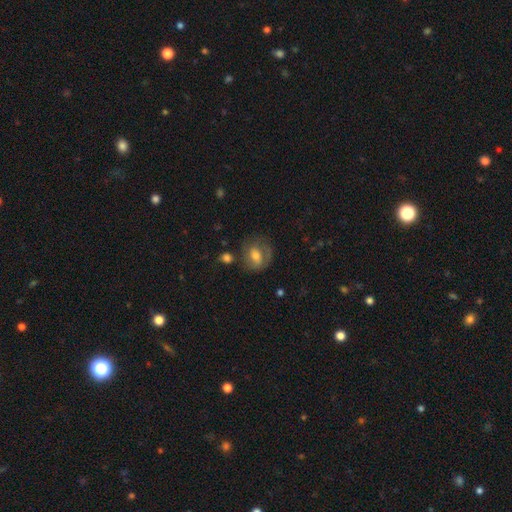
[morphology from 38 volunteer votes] This appears to be a smooth galaxy with no disk features (45%, tied with featured or disk) that is round (53%). Merging: none (79%).